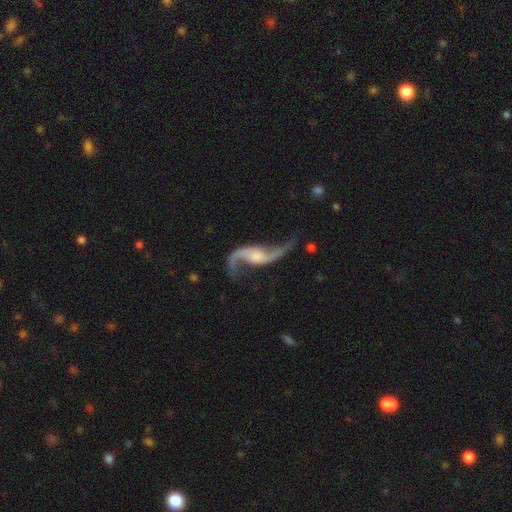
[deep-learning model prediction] This is clearly a featured or disk galaxy (91%). It is clearly not viewed edge-on (94%). Bar: possibly no (51%). Spiral arm pattern: clearly yes (97%). Spiral arm count: clearly 2 (94%). Spiral winding: clearly loose (91%). Central bulge: marginally small (29%). Merging: likely none (69%).